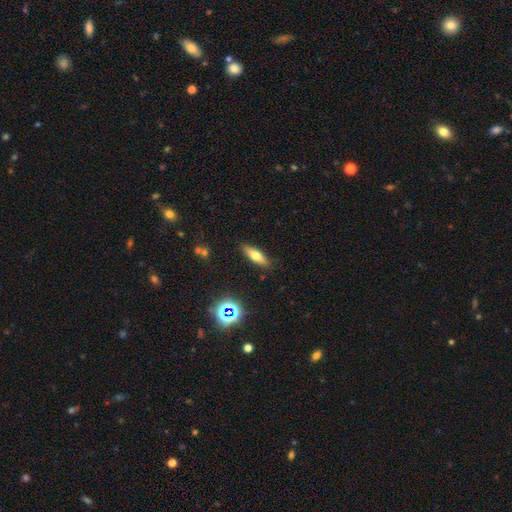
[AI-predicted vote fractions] The model was most divided on "how rounded": in between: 49%, cigar-shaped: 48%, round: 3%. More confident: merging — none (87%); smooth or featured — smooth (63%).